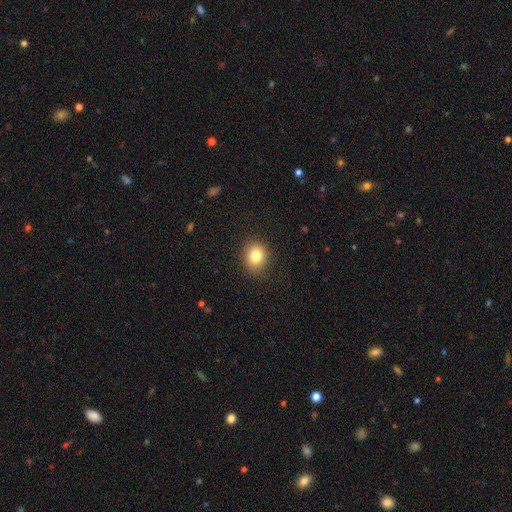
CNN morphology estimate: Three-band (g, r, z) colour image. It shows a smooth galaxy with no disk features (81%) that is round (74%). Merging: none (89%).